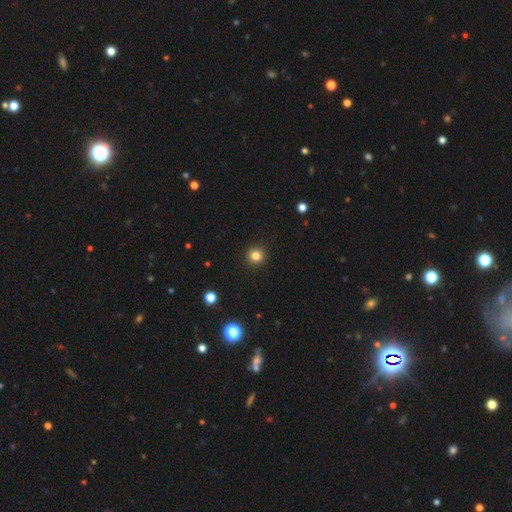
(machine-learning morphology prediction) Smooth or featured? Predicted: smooth (p=0.82). How rounded? Predicted: round (p=0.93). Merging? Predicted: none (p=0.93).